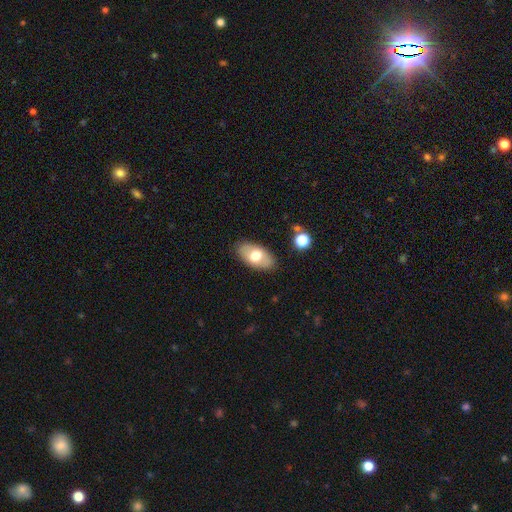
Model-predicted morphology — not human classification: The model was most divided on "smooth or featured": smooth: 66%, featured or disk: 27%, star or artifact: 7%. More confident: how rounded — in between (93%); merging — none (85%).